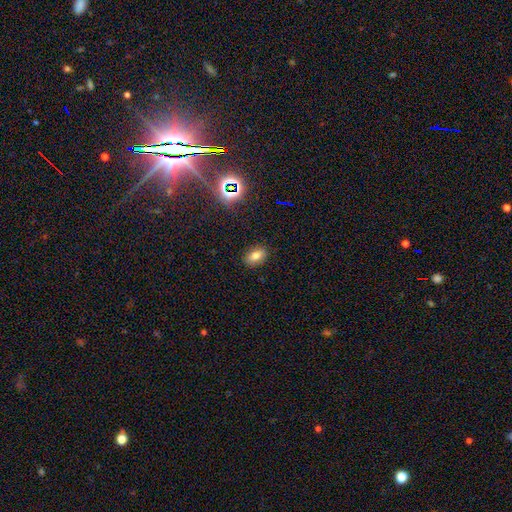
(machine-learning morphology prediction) This appears to be a smooth galaxy with no disk features (75%) that is in between round and cigar-shaped (85%). Merging: none (88%).